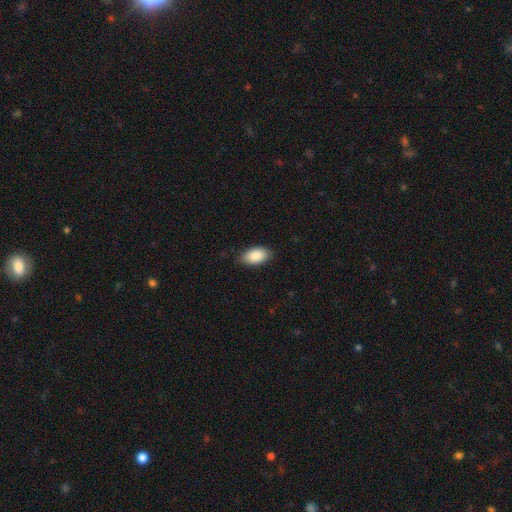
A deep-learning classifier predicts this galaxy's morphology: type=smooth (88%); roundness=in between (94%); merging=none (84%).